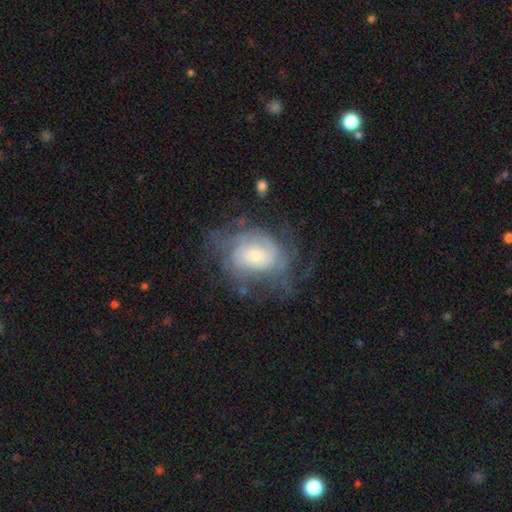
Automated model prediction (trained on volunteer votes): Smooth or featured: featured or disk — 68% (smooth — 24%)
Edge-on disk: no — 97% (yes — 3%)
Bar: no — 74% (weak — 22%)
Spiral arms: yes — 79% (no — 21%)
Spiral winding: tight — 53% (medium — 31%)
Spiral arm count: can't tell — 55% (2 — 16%)
Bulge size: small — 51% (moderate — 34%)
Merging: none — 52% (major disturbance — 23%)